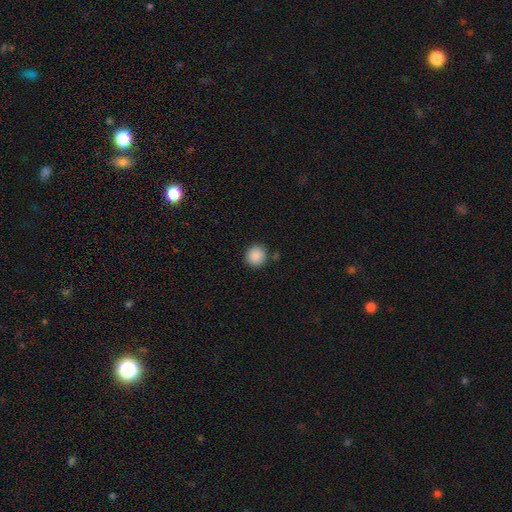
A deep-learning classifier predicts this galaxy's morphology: Smooth or featured?
  - smooth: 89% *
  - star or artifact: 8%
  - featured or disk: 3%
How rounded?
  - round: 92% *
  - in between: 7%
  - cigar-shaped: 1%
Merging?
  - none: 86% *
  - minor disturbance: 8%
  - merger: 3%
  - major disturbance: 3%